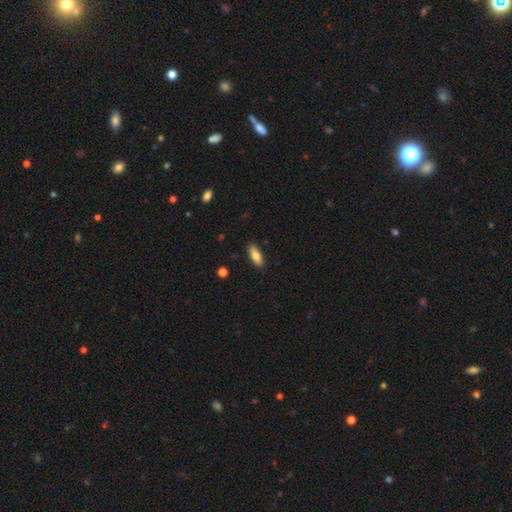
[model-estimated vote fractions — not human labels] Smooth or featured: smooth — 80% (featured or disk — 13%)
How rounded: in between — 66% (cigar-shaped — 32%)
Merging: none — 88% (minor disturbance — 9%)